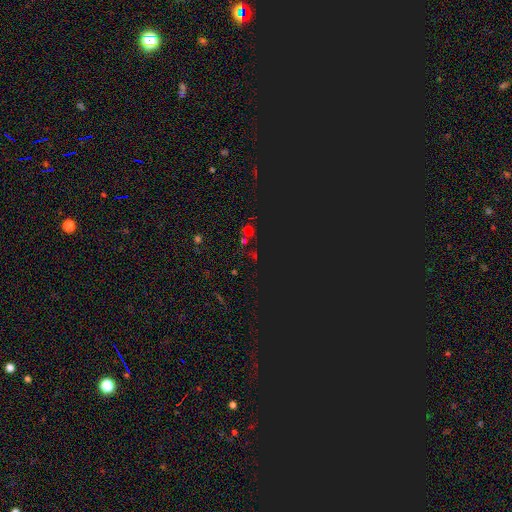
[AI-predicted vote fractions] star or artifact 70%, smooth 22%, featured or disk 8%.